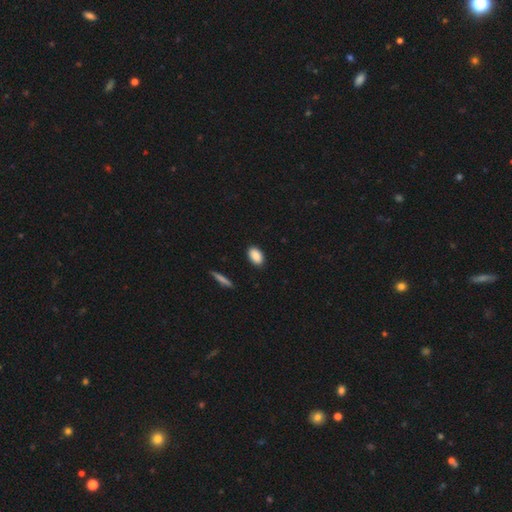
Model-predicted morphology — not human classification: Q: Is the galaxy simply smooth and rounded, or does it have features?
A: smooth — 89%.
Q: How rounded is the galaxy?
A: in between — 91%.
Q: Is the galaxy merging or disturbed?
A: none — 87%.